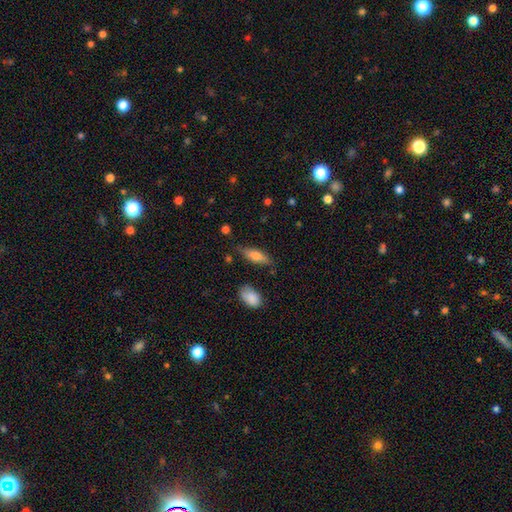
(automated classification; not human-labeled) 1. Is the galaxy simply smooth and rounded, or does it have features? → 68% smooth, 25% featured or disk, 7% star or artifact.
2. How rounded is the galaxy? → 58% in between, 40% cigar-shaped, 2% round.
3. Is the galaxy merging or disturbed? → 75% none, 18% minor disturbance, 4% major disturbance, 3% merger.